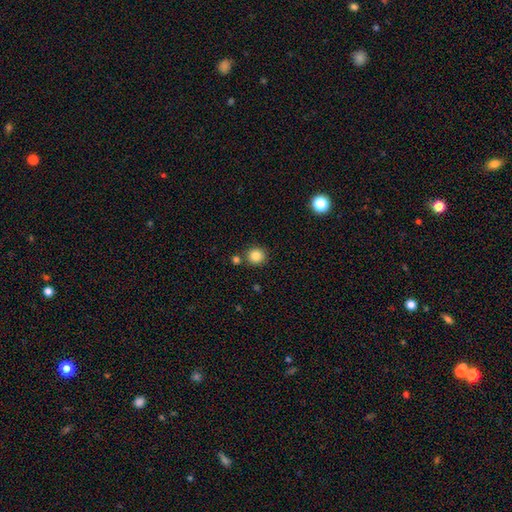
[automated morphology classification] Smooth or featured?
  - smooth: 84% *
  - star or artifact: 11%
  - featured or disk: 5%
How rounded?
  - round: 92% *
  - in between: 7%
  - cigar-shaped: 1%
Merging?
  - none: 82% *
  - merger: 8%
  - minor disturbance: 8%
  - major disturbance: 2%